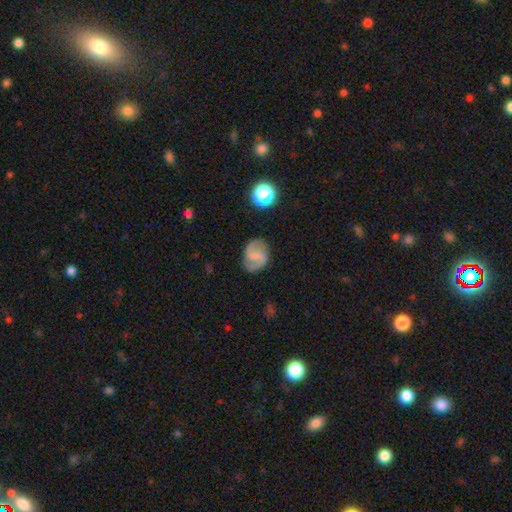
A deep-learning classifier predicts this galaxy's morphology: type=featured or disk (73%); edge-on=no (98%); bar=weak (51%); spiral arms=yes (93%); winding=medium (48%); arm count=2 (91%); bulge=none (45%); merging=none (81%).